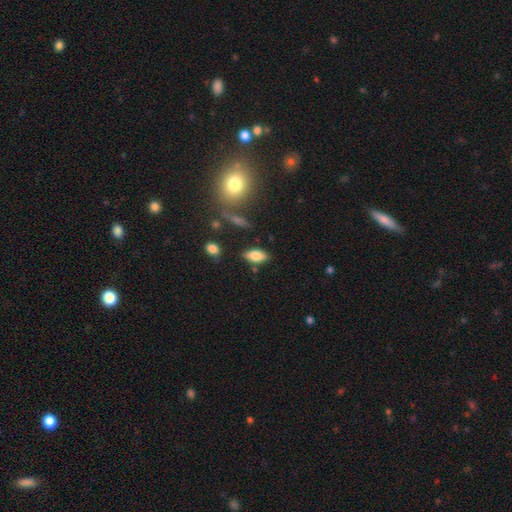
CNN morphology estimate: Smooth or featured? smooth (78%)
How rounded? in between (86%)
Merging? none (80%)